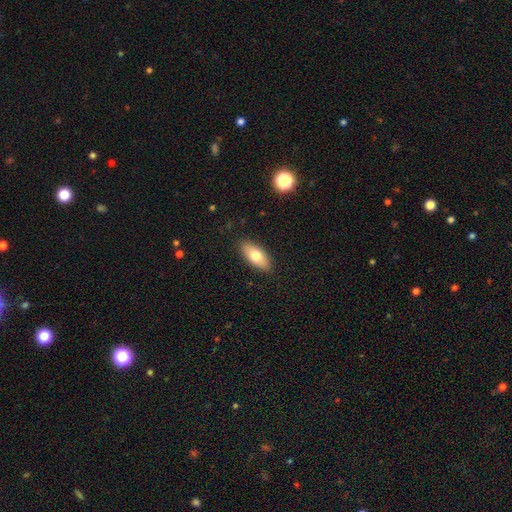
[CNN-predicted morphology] Smooth or featured?
  - smooth: 74% *
  - featured or disk: 20%
  - star or artifact: 7%
How rounded?
  - in between: 86% *
  - cigar-shaped: 11%
  - round: 3%
Merging?
  - none: 88% *
  - minor disturbance: 9%
  - major disturbance: 2%
  - merger: 1%